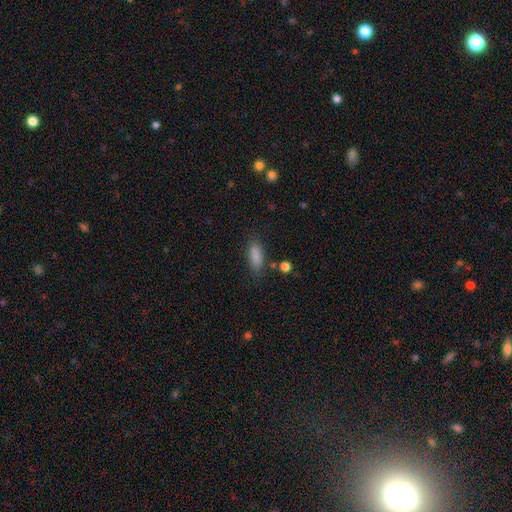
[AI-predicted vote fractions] This is clearly a smooth galaxy (86%). How rounded: likely in between (76%). Merging: clearly none (80%).